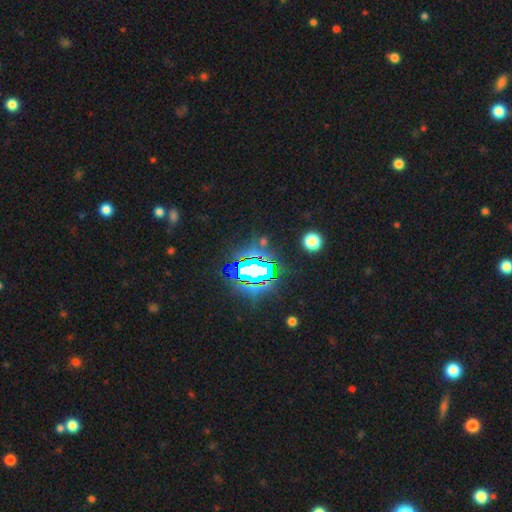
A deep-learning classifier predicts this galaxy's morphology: type=star or artifact (82%).